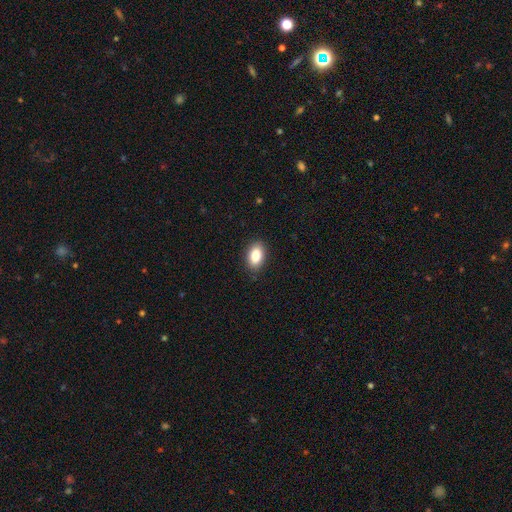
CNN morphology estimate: Smooth or featured? Predicted: smooth (p=0.84). How rounded? Predicted: in between (p=0.89). Merging? Predicted: none (p=0.88).